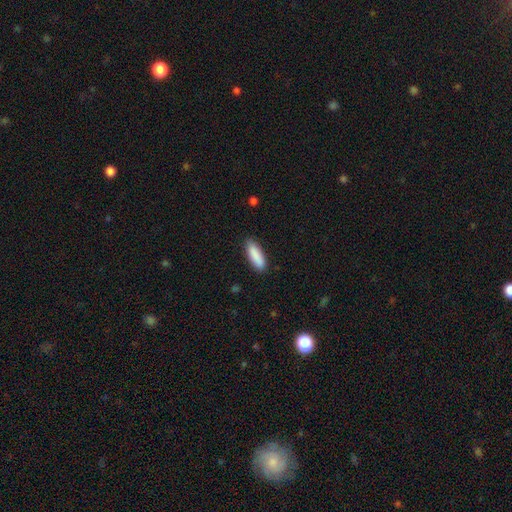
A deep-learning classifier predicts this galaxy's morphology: The model was most divided on "how rounded": in between: 53%, cigar-shaped: 46%, round: 2%. More confident: smooth or featured — smooth (89%); merging — none (86%).